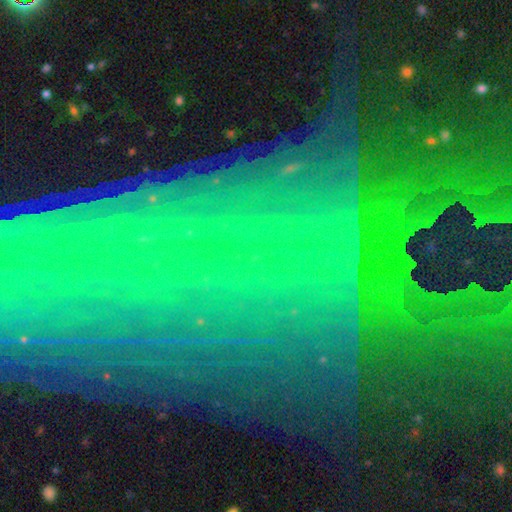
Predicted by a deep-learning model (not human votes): Smooth or featured?
  - star or artifact: 73% *
  - featured or disk: 17%
  - smooth: 11%